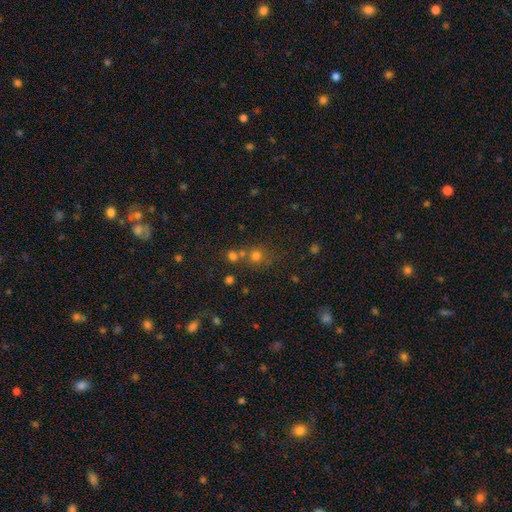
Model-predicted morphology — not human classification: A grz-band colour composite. It shows a smooth galaxy with no disk features (53%) that is round (87%). Merging: none (62%).